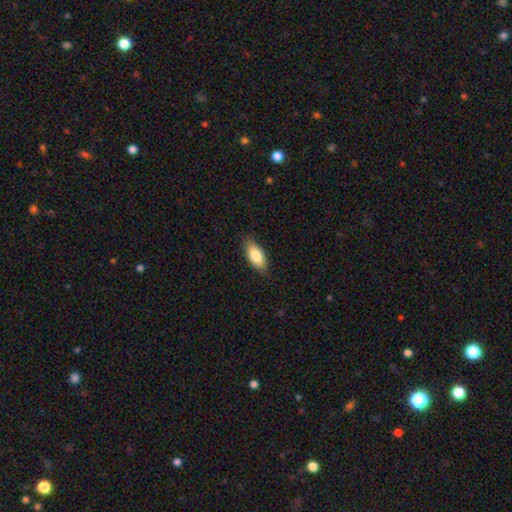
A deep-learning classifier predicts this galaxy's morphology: smooth_or_featured: smooth (p=0.80) [alt: featured or disk p=0.14]
how_rounded: in between (p=0.86) [alt: cigar-shaped p=0.11]
merging: none (p=0.84) [alt: minor disturbance p=0.12]